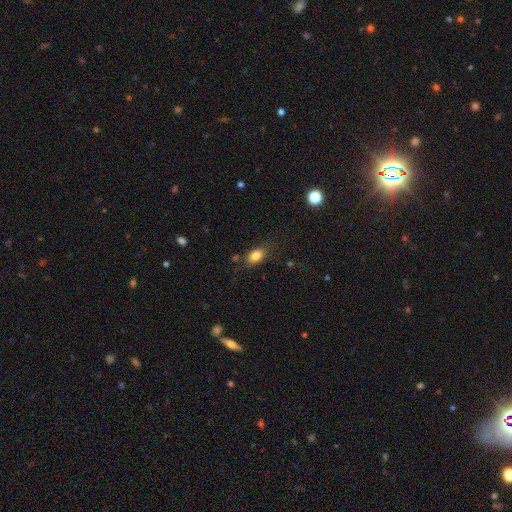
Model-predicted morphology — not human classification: Q: Smooth or featured?
A: smooth (83%); runner-up: star or artifact (9%)
Q: How rounded?
A: in between (84%); runner-up: round (12%)
Q: Merging?
A: none (76%); runner-up: minor disturbance (16%)